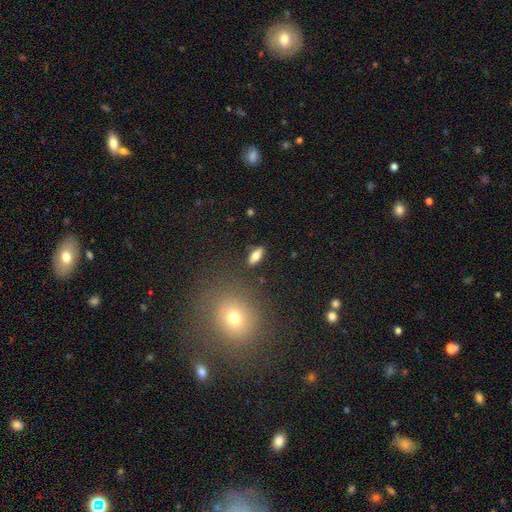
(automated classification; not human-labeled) Smooth or featured? smooth (74%)
How rounded? in between (76%)
Merging? none (85%)